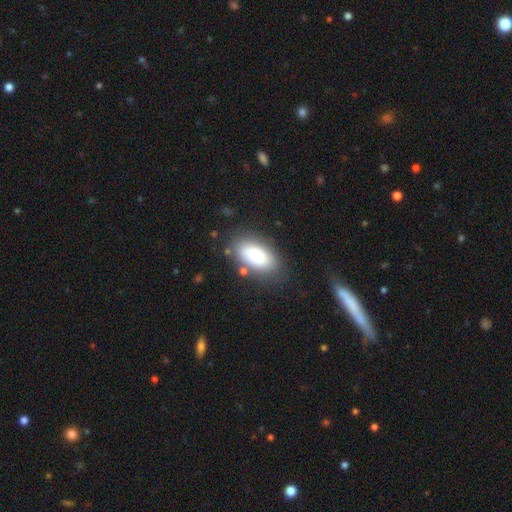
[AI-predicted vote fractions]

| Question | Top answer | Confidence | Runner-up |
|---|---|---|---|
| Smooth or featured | smooth | 81% | featured or disk (12%) |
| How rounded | in between | 92% | cigar-shaped (4%) |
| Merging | none | 75% | minor disturbance (15%) |